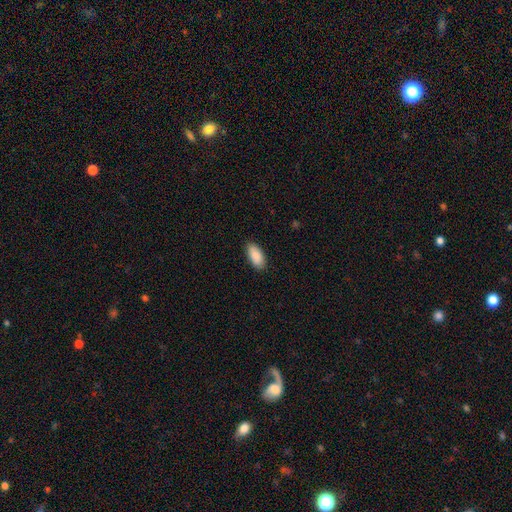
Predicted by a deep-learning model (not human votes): smooth-or-featured: smooth: 89% | star or artifact: 6% | featured or disk: 5%
  how-rounded: in between: 91% | cigar-shaped: 7% | round: 2%
  merging: none: 87% | minor disturbance: 10% | major disturbance: 2% | merger: 1%